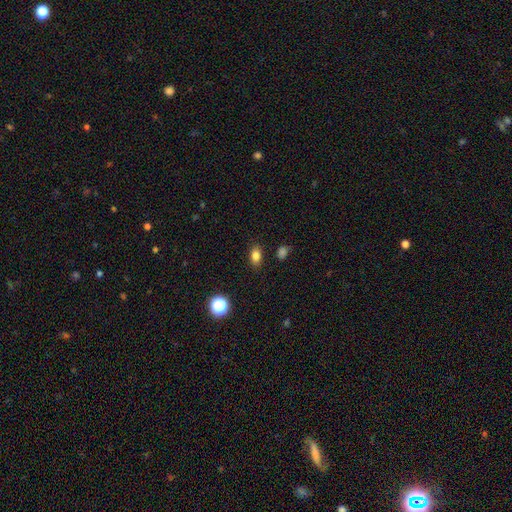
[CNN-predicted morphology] smooth 81%, star or artifact 12%, featured or disk 6%. Down the decision tree: how rounded — in between (80%); merging — none (85%).